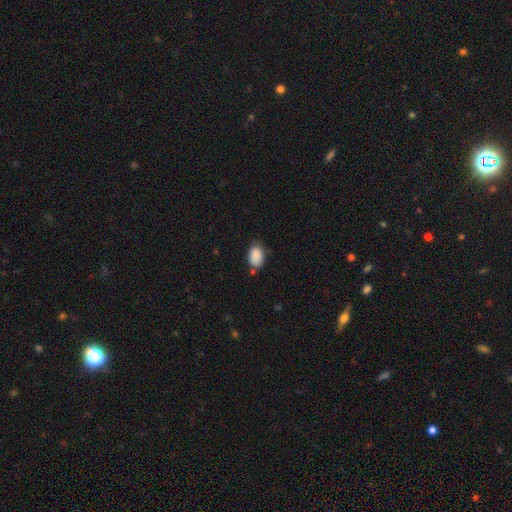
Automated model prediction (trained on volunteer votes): Smooth or featured?
  - smooth: 88% *
  - star or artifact: 8%
  - featured or disk: 4%
How rounded?
  - in between: 86% *
  - round: 12%
  - cigar-shaped: 1%
Merging?
  - none: 67% *
  - minor disturbance: 24%
  - major disturbance: 5%
  - merger: 4%